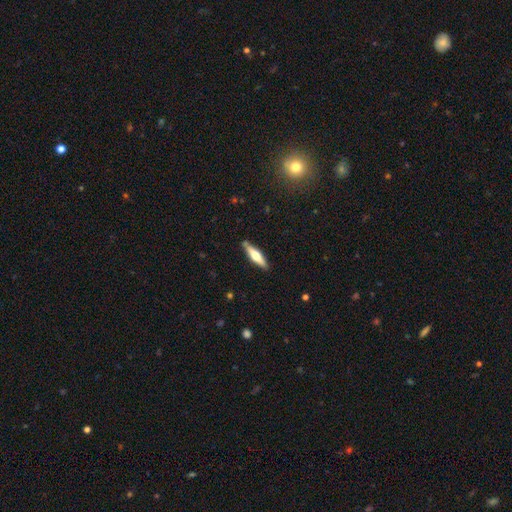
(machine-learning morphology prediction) A smooth galaxy with no disk features (51%) that is cigar-shaped (75%). Merging: none (85%).